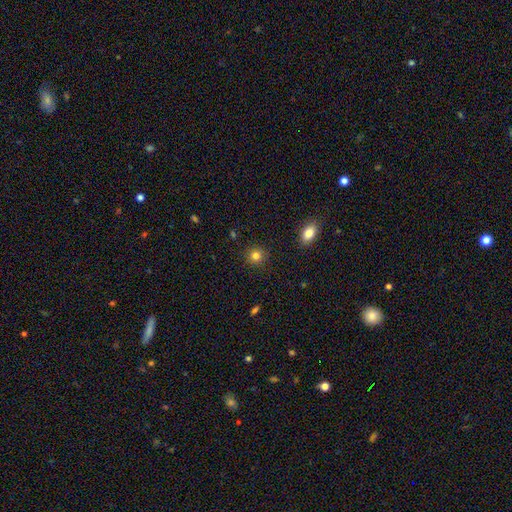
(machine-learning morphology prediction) Smooth or featured?
  - smooth: 82% *
  - star or artifact: 13%
  - featured or disk: 6%
How rounded?
  - round: 90% *
  - in between: 9%
  - cigar-shaped: 1%
Merging?
  - none: 91% *
  - minor disturbance: 6%
  - major disturbance: 2%
  - merger: 1%